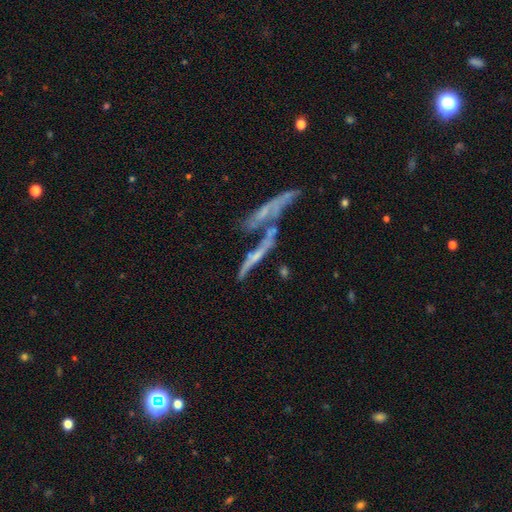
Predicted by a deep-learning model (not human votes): A featured or disk galaxy (60%) viewed edge-on (55%). Merging: merger (54%).